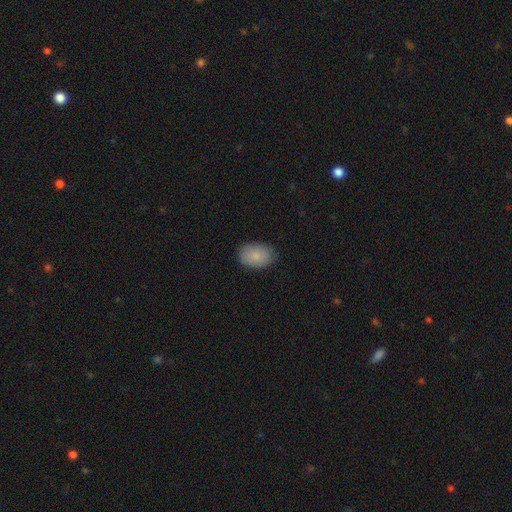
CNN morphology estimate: Smooth or featured? smooth (85%)
How rounded? in between (82%)
Merging? none (84%)